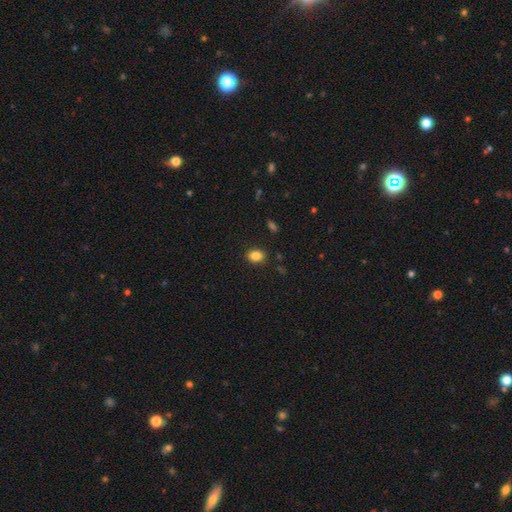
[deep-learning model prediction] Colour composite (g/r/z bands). It shows a smooth galaxy with no disk features (85%) that is in between round and cigar-shaped (61%). Merging: none (87%).